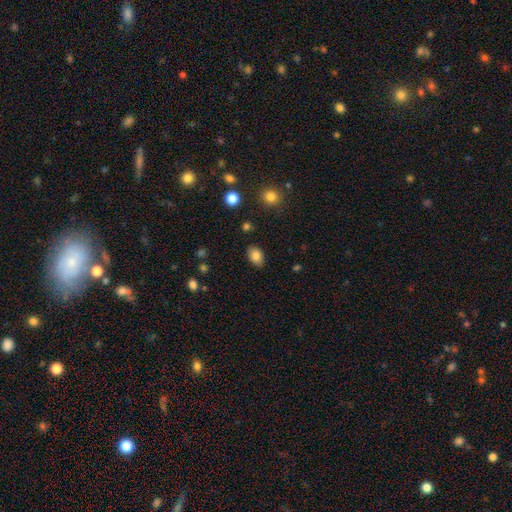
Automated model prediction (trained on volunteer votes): smooth-or-featured: smooth: 84% | star or artifact: 9% | featured or disk: 7%
  how-rounded: in between: 79% | round: 20% | cigar-shaped: 1%
  merging: none: 84% | minor disturbance: 11% | major disturbance: 3% | merger: 2%